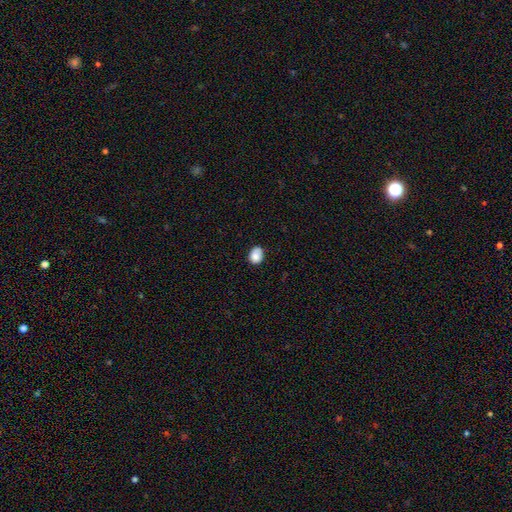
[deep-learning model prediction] smooth-or-featured: smooth: 85% | star or artifact: 9% | featured or disk: 6%
  how-rounded: in between: 58% | round: 41% | cigar-shaped: 1%
  merging: none: 69% | minor disturbance: 24% | major disturbance: 5% | merger: 2%